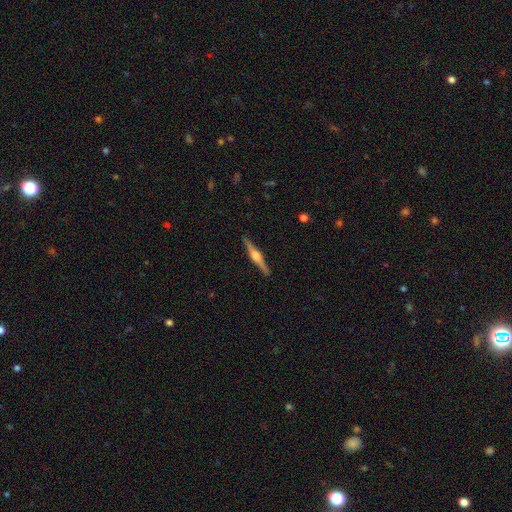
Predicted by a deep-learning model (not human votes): A featured or disk galaxy (80%) viewed edge-on (98%) with a rounded central bulge (87%).

Vote fractions:
- Smooth or featured? featured or disk: 80% / smooth: 15% / star or artifact: 5%
- Edge-on disk? yes: 98% / no: 2%
- Edge-on bulge? rounded: 87% / boxy: 11% / none: 3%
- Merging? none: 91% / minor disturbance: 6% / major disturbance: 1% / merger: 1%